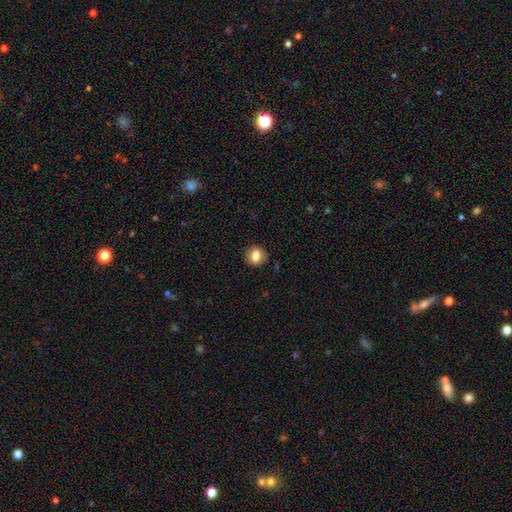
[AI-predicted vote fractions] A smooth galaxy with no disk features (81%) that is round (78%). Merging: none (88%).